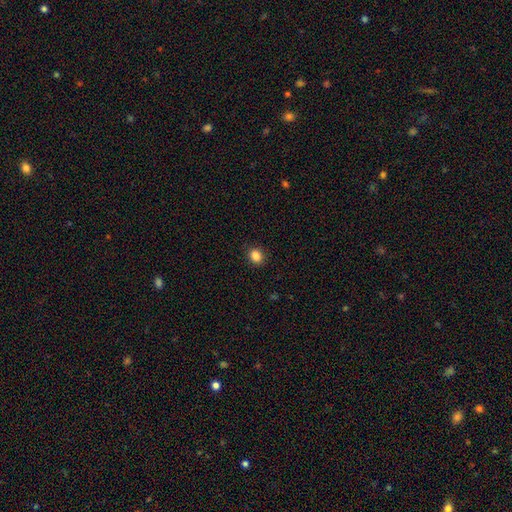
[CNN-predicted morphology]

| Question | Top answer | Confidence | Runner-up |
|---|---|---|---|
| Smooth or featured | smooth | 86% | star or artifact (11%) |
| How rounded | round | 65% | in between (34%) |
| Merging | none | 90% | minor disturbance (7%) |